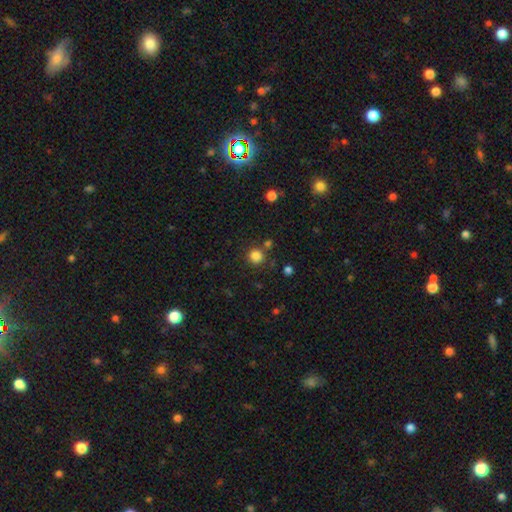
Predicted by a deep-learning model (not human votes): smooth_or_featured: smooth (p=0.83) [alt: star or artifact p=0.13]
how_rounded: round (p=0.91) [alt: in between p=0.08]
merging: none (p=0.79) [alt: minor disturbance p=0.09]